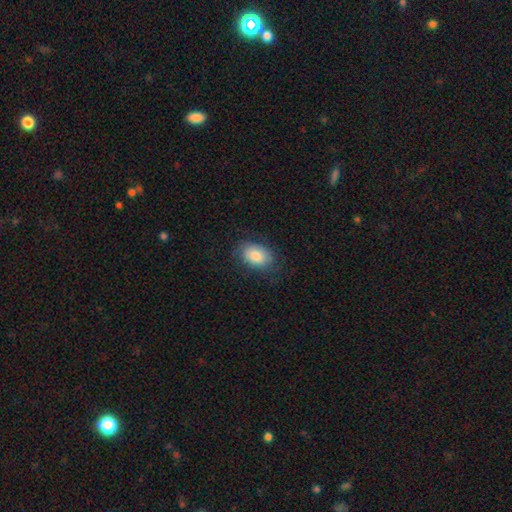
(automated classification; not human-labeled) This is clearly a smooth galaxy (82%). How rounded: clearly in between (85%). Merging: likely none (76%).